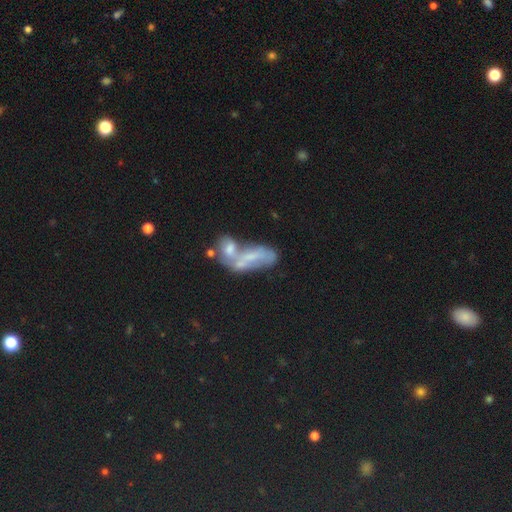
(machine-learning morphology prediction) smooth-or-featured: featured or disk: 47% | smooth: 42% | star or artifact: 11%
  merging: merger: 65% | none: 14% | major disturbance: 12% | minor disturbance: 9%